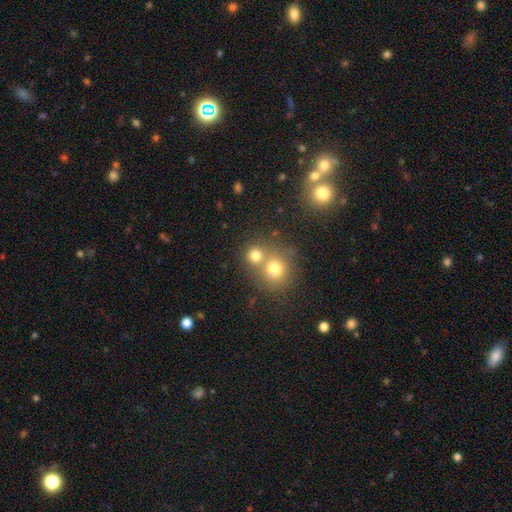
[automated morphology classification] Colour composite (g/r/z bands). It shows a smooth galaxy with no disk features (75%) that is round (85%). Merging: none (46%).